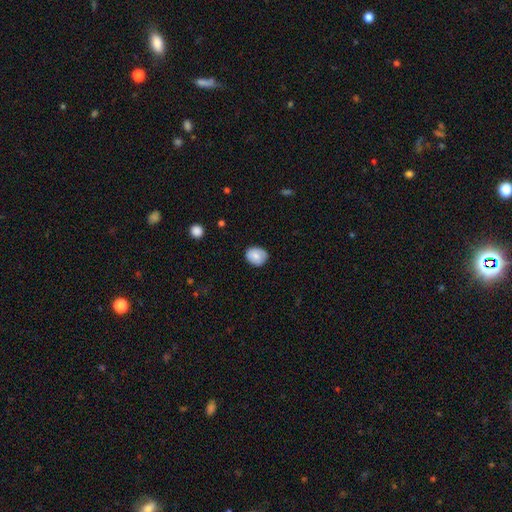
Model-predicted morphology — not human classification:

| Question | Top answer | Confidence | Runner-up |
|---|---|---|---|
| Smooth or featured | smooth | 77% | featured or disk (16%) |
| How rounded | round | 58% | in between (41%) |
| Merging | none | 78% | minor disturbance (18%) |